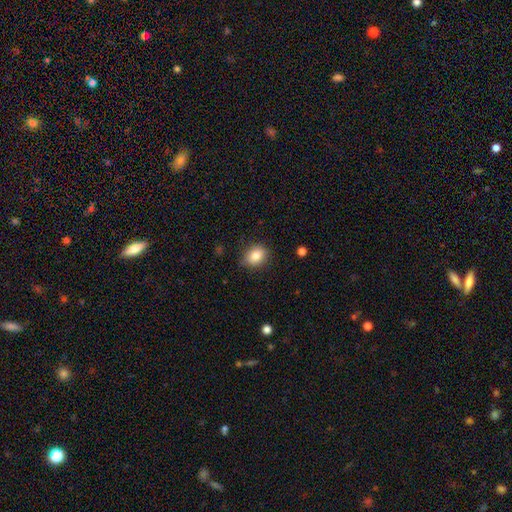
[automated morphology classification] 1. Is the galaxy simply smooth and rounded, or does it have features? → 84% smooth, 9% star or artifact, 7% featured or disk.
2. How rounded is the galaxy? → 54% in between, 45% round, 1% cigar-shaped.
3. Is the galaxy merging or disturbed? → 81% none, 14% minor disturbance, 3% major disturbance, 1% merger.